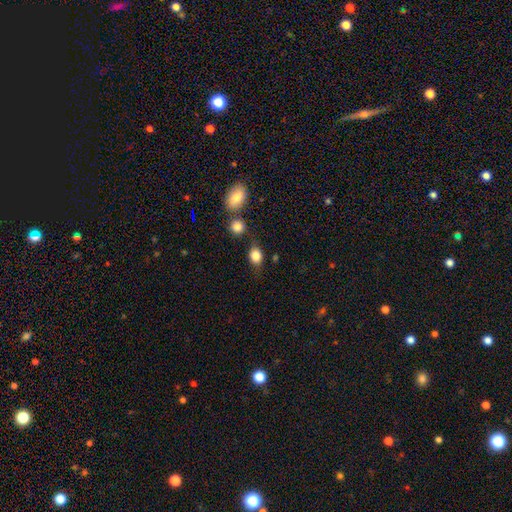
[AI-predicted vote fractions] The model was most divided on "how rounded": in between: 59%, round: 39%, cigar-shaped: 2%. More confident: smooth or featured — smooth (83%); merging — none (69%).